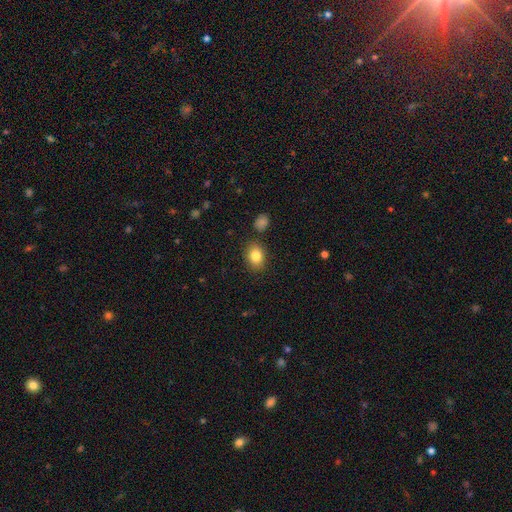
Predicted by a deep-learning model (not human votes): A smooth galaxy with no disk features (84%) that is in between round and cigar-shaped (71%). Merging: none (84%).